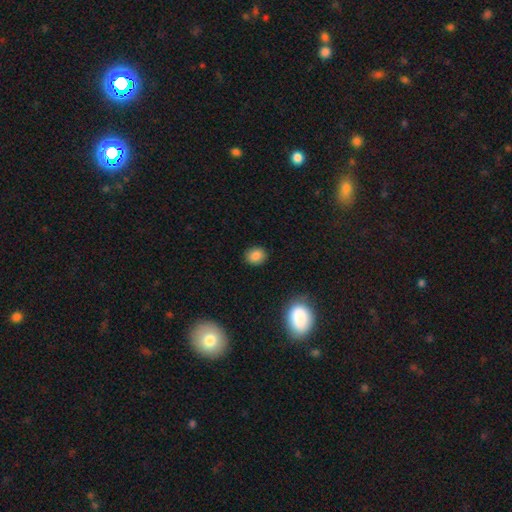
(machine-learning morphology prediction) Smooth or featured: smooth — 85% (star or artifact — 10%)
How rounded: round — 64% (in between — 35%)
Merging: none — 88% (minor disturbance — 8%)